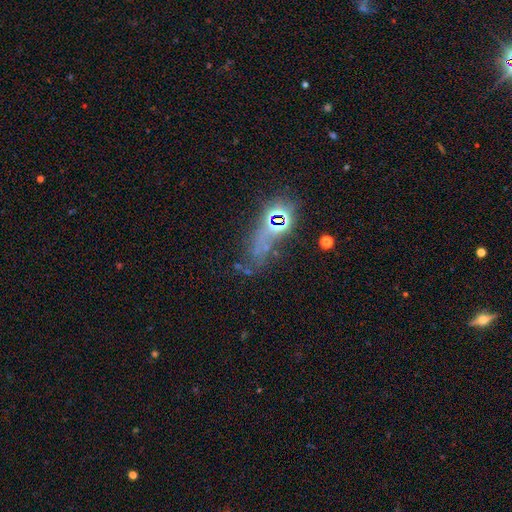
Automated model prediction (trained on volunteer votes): A star or artifact, not a galaxy (56%).